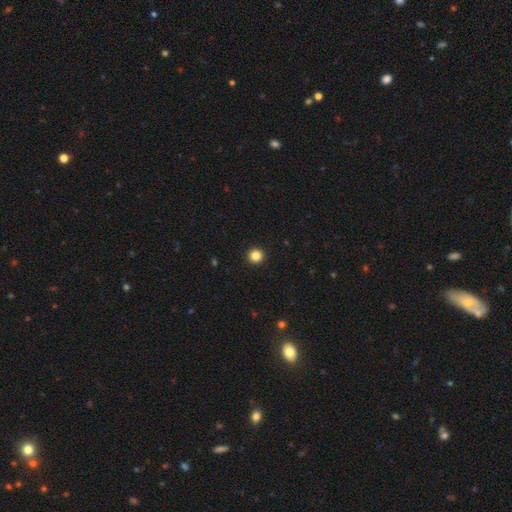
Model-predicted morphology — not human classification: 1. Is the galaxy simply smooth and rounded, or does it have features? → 85% smooth, 12% star or artifact, 4% featured or disk.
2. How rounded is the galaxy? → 95% round, 4% in between, 1% cigar-shaped.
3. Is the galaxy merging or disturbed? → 94% none, 4% minor disturbance, 1% major disturbance, 1% merger.